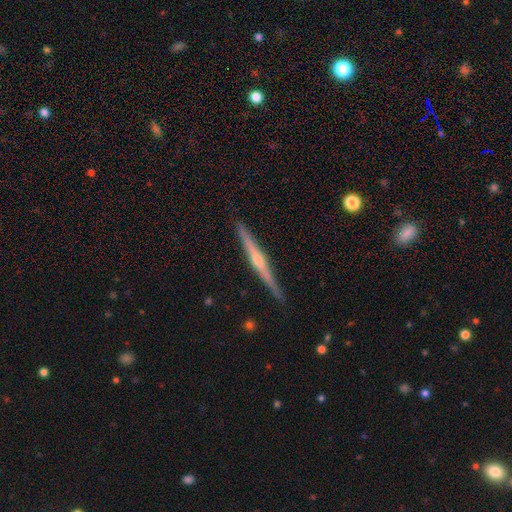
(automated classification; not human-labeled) The model was most divided on "smooth or featured": featured or disk: 80%, smooth: 14%, star or artifact: 6%. More confident: edge-on disk — yes (98%); merging — none (90%); edge-on bulge — rounded (84%).